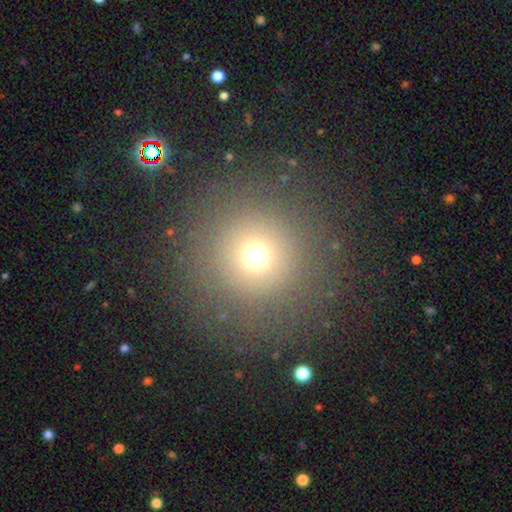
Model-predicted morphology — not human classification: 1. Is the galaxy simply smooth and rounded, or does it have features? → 68% smooth, 22% star or artifact, 10% featured or disk.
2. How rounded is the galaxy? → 94% round, 5% in between, 1% cigar-shaped.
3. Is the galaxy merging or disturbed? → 84% none, 8% minor disturbance, 6% major disturbance, 2% merger.